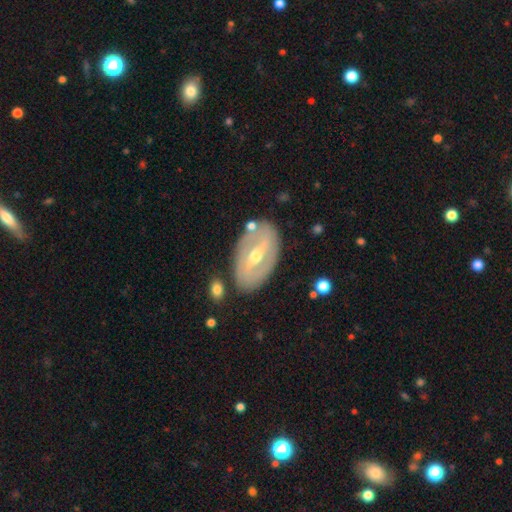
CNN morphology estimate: Smooth or featured? Predicted: featured or disk (p=0.72). Edge-on disk? Predicted: no (p=0.90). Bar? Predicted: strong (p=0.45). Spiral arms? Predicted: no (p=0.55). Bulge size? Predicted: moderate (p=0.69). Merging? Predicted: none (p=0.79).